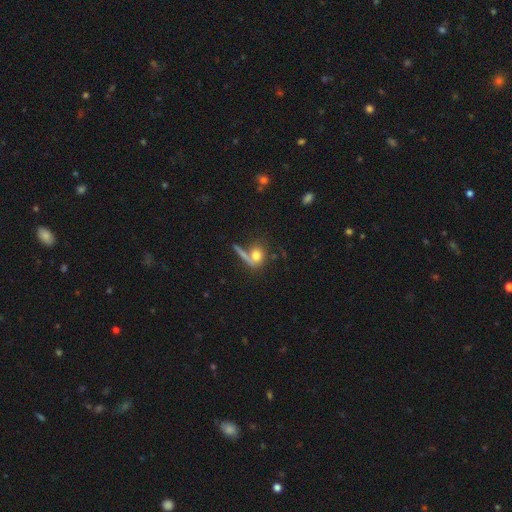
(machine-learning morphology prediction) Smooth or featured? smooth (64%)
How rounded? round (60%)
Merging? none (49%)